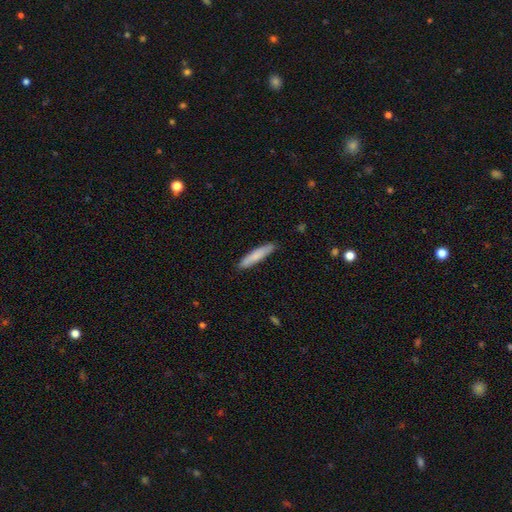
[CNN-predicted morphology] The model was most divided on "smooth or featured": smooth: 78%, featured or disk: 17%, star or artifact: 5%. More confident: how rounded — cigar-shaped (89%); merging — none (87%).